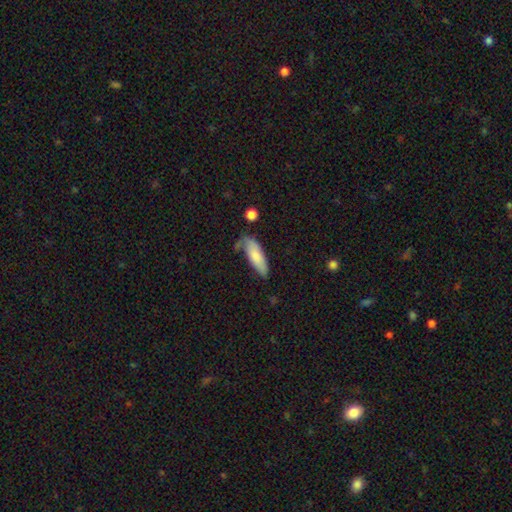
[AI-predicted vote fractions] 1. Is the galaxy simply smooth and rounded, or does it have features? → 79% smooth, 15% featured or disk, 6% star or artifact.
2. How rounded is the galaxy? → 59% in between, 39% cigar-shaped, 2% round.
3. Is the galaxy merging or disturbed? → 57% none, 28% minor disturbance, 8% major disturbance, 7% merger.